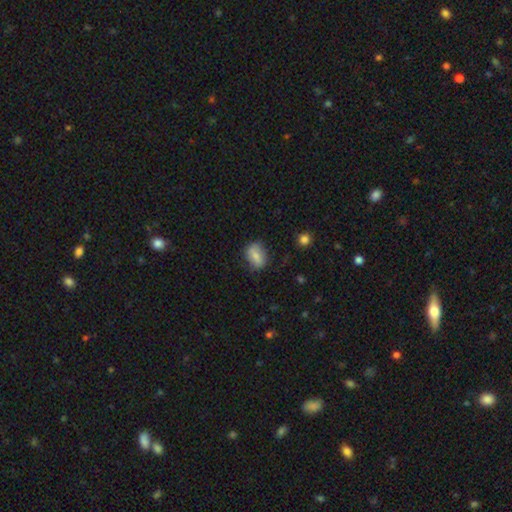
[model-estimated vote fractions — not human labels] Smooth or featured: smooth — 74% (featured or disk — 18%)
How rounded: in between — 74% (round — 23%)
Merging: none — 72% (minor disturbance — 21%)